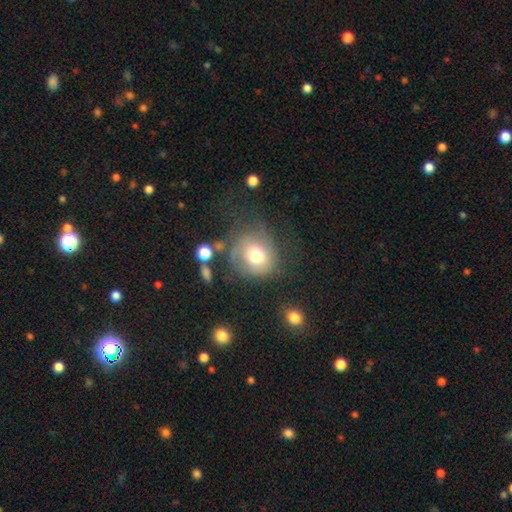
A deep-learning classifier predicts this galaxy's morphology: smooth_or_featured: smooth (p=0.66) [alt: featured or disk p=0.23]
how_rounded: round (p=0.78) [alt: in between p=0.21]
merging: none (p=0.52) [alt: minor disturbance p=0.22]